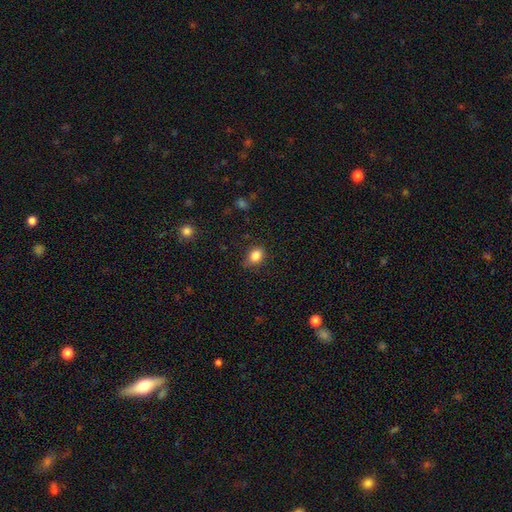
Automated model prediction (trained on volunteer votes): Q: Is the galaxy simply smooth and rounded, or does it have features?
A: smooth — 85%.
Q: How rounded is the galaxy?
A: in between — 62%.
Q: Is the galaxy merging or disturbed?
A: none — 76%.